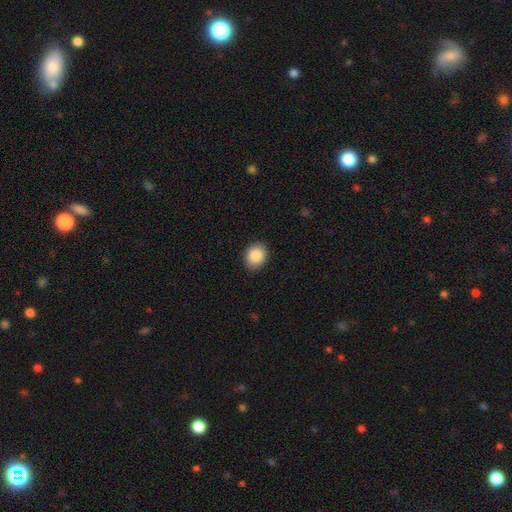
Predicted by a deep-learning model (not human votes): A smooth galaxy with no disk features (88%) that is round (66%). Merging: none (89%).